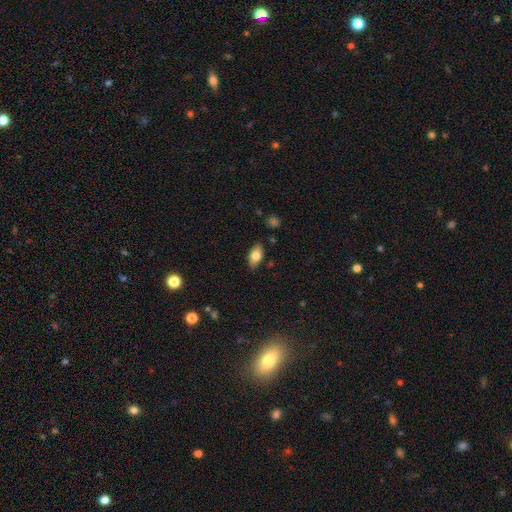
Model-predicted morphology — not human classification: Q: Smooth or featured?
A: smooth (76%); runner-up: featured or disk (16%)
Q: How rounded?
A: in between (91%); runner-up: round (5%)
Q: Merging?
A: none (83%); runner-up: minor disturbance (13%)